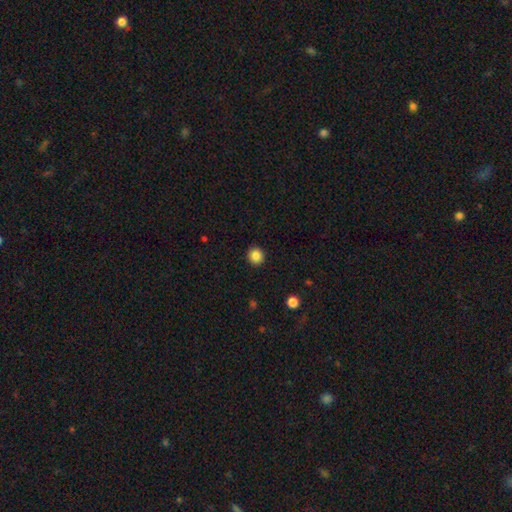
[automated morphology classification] Q: Smooth or featured?
A: smooth (86%); runner-up: star or artifact (10%)
Q: How rounded?
A: round (91%); runner-up: in between (8%)
Q: Merging?
A: none (92%); runner-up: minor disturbance (5%)